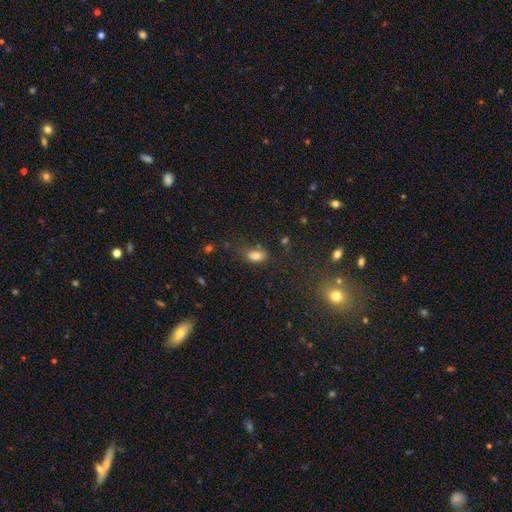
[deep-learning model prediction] A smooth galaxy with no disk features (79%) that is in between round and cigar-shaped (86%).

Vote fractions:
- Smooth or featured? smooth: 79% / star or artifact: 12% / featured or disk: 9%
- How rounded? in between: 86% / round: 11% / cigar-shaped: 3%
- Merging? none: 56% / minor disturbance: 26% / major disturbance: 10% / merger: 8%